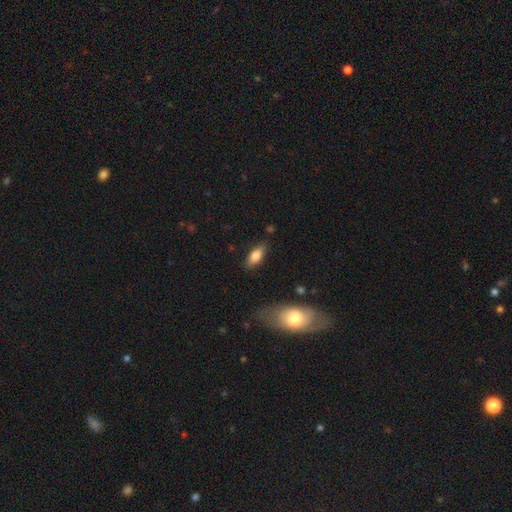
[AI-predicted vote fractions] Smooth or featured?
  - smooth: 75% *
  - featured or disk: 18%
  - star or artifact: 7%
How rounded?
  - in between: 75% *
  - cigar-shaped: 22%
  - round: 3%
Merging?
  - none: 82% *
  - minor disturbance: 13%
  - major disturbance: 3%
  - merger: 2%